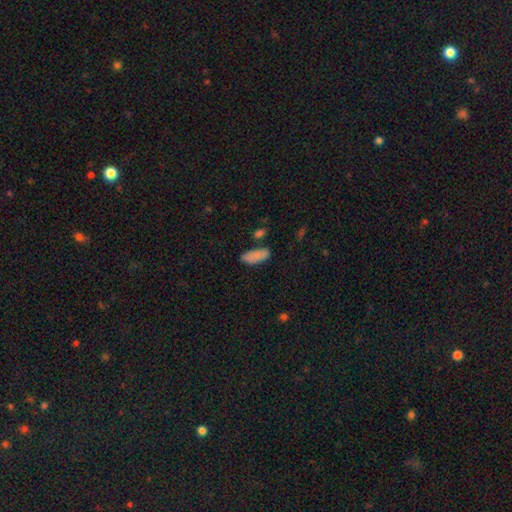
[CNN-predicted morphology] type=smooth (84%); roundness=in between (80%); merging=none (67%).